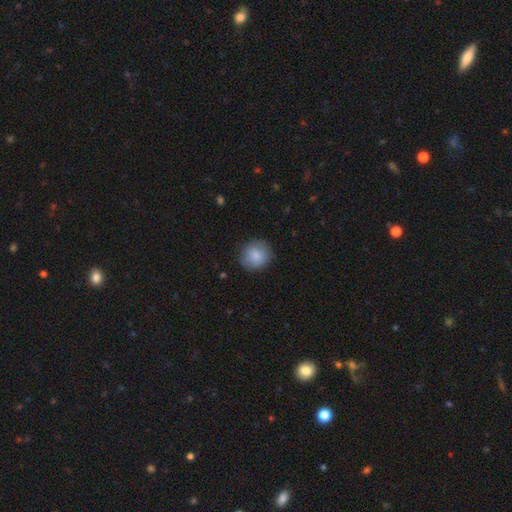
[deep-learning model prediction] Smooth or featured? smooth (86%)
How rounded? round (89%)
Merging? none (87%)